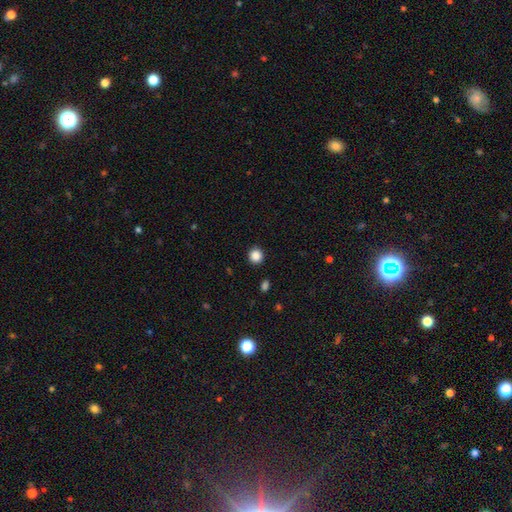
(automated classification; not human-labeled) Smooth or featured? smooth (87%)
How rounded? round (93%)
Merging? none (92%)